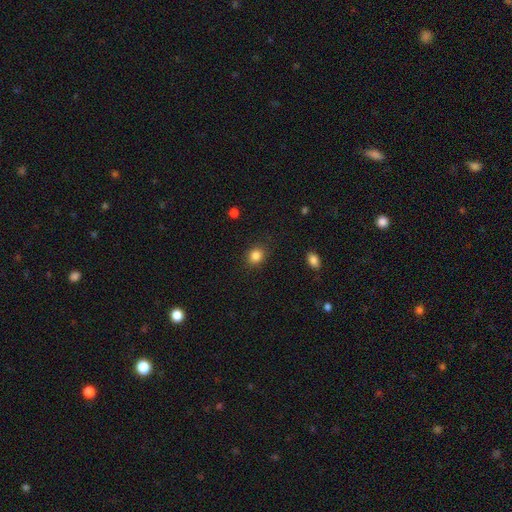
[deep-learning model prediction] Smooth or featured? Predicted: smooth (p=0.85). How rounded? Predicted: round (p=0.71). Merging? Predicted: none (p=0.87).